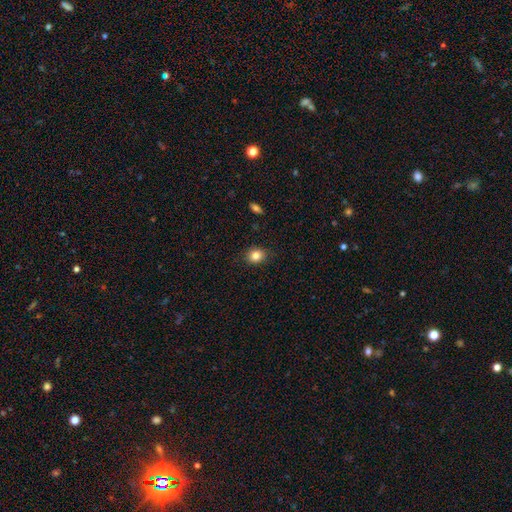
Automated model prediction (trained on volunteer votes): This is clearly a smooth galaxy (84%). How rounded: likely round (60%). Merging: clearly none (86%).